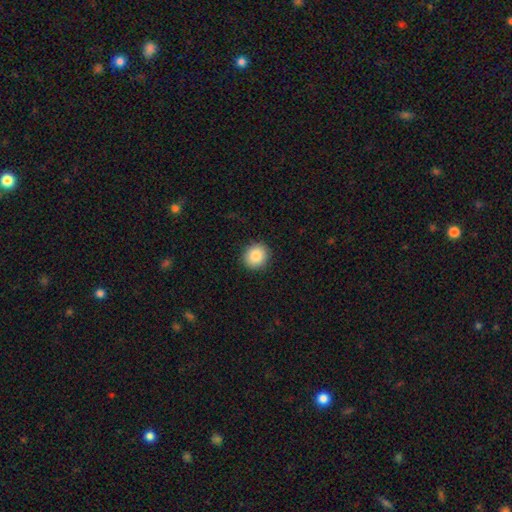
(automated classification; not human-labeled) This is clearly a smooth galaxy (86%). How rounded: clearly round (83%). Merging: clearly none (91%).